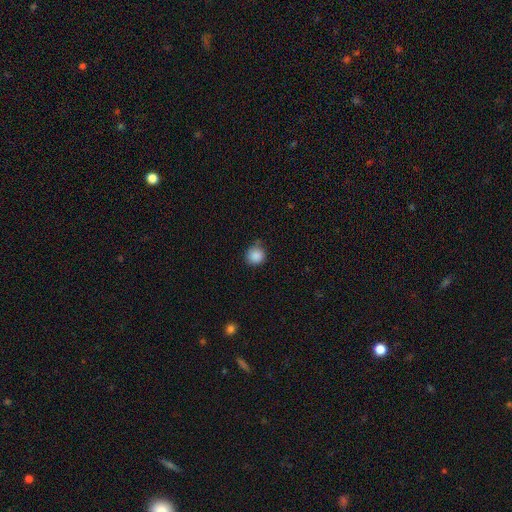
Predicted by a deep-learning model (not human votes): A smooth galaxy with no disk features (87%) that is round (91%). Merging: none (75%).